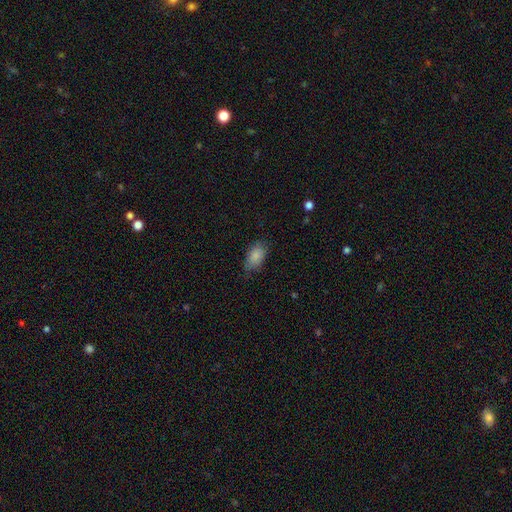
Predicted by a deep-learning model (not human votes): Smooth or featured? Predicted: smooth (p=0.86). How rounded? Predicted: in between (p=0.91). Merging? Predicted: none (p=0.71).